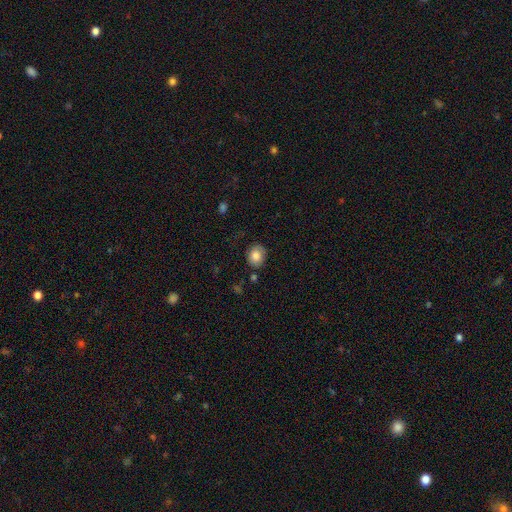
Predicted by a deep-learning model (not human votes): Smooth or featured? smooth (80%)
How rounded? round (58%)
Merging? none (75%)